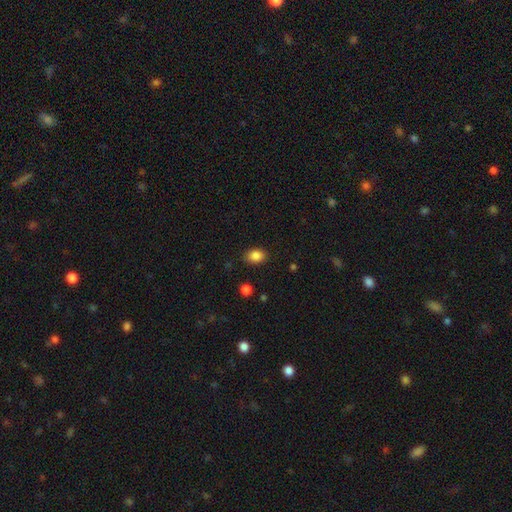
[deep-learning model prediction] smooth-or-featured: smooth: 86% | star or artifact: 9% | featured or disk: 4%
  how-rounded: in between: 73% | round: 26% | cigar-shaped: 1%
  merging: none: 85% | minor disturbance: 11% | major disturbance: 3% | merger: 1%